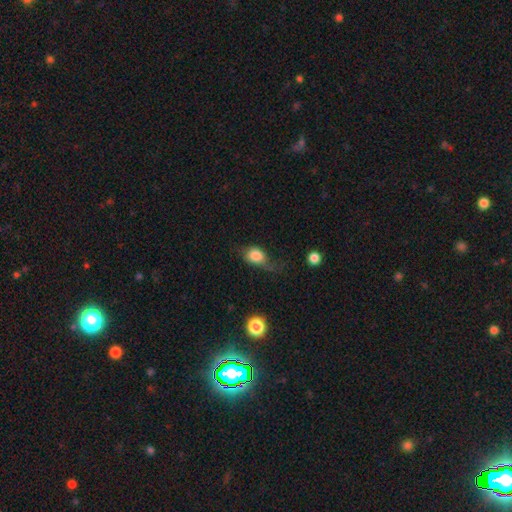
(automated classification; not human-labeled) Smooth or featured?
  - smooth: 77% *
  - featured or disk: 15%
  - star or artifact: 9%
How rounded?
  - in between: 57% *
  - round: 40%
  - cigar-shaped: 3%
Merging?
  - major disturbance: 32% * (tied)
  - minor disturbance: 32% * (tied)
  - none: 32% * (tied)
  - merger: 4%